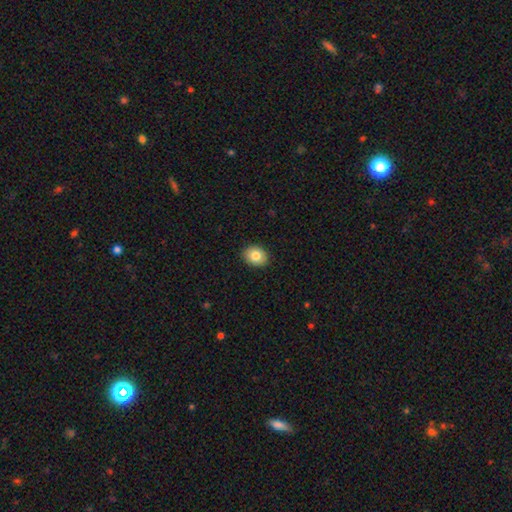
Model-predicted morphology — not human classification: Smooth or featured? Predicted: smooth (p=0.83). How rounded? Predicted: in between (p=0.54). Merging? Predicted: none (p=0.90).